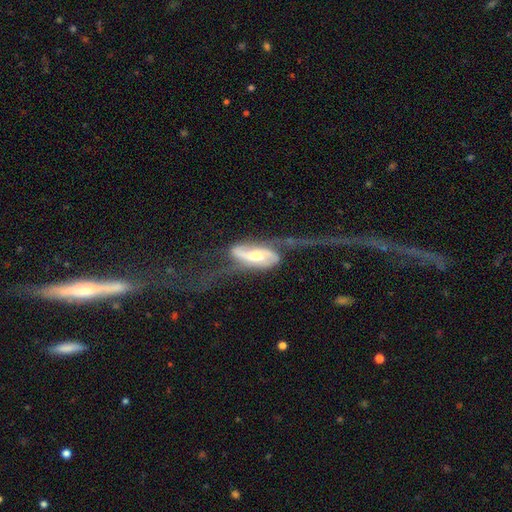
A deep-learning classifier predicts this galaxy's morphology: Overall: featured or disk (82%). Edge-on disk: no (88%). Bar: strong (39%; weak 34%). Spiral arms: yes (90%). Spiral arm count: 2 (88%). Spiral winding: loose (71%). Bulge size: moderate (62%; small 25%). Merging: major disturbance (47%; none 33%).